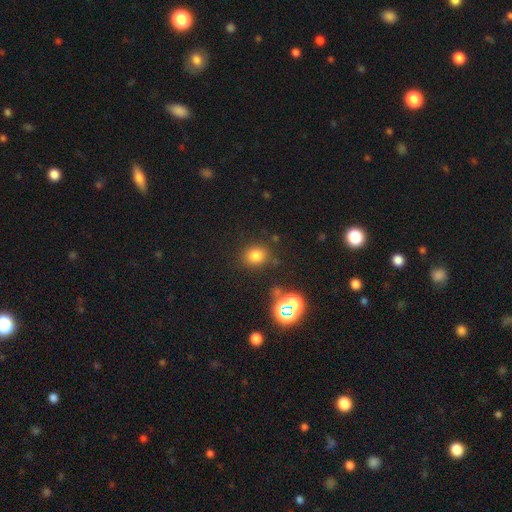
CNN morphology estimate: A smooth galaxy with no disk features (74%) that is round (71%). Merging: none (81%).